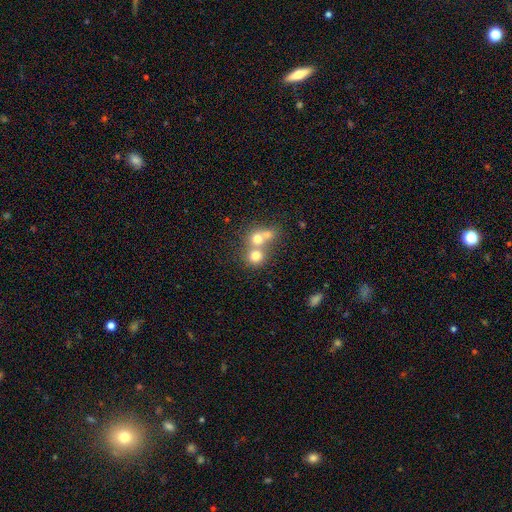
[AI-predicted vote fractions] Smooth or featured? smooth (71%)
How rounded? round (82%)
Merging? merger (56%)